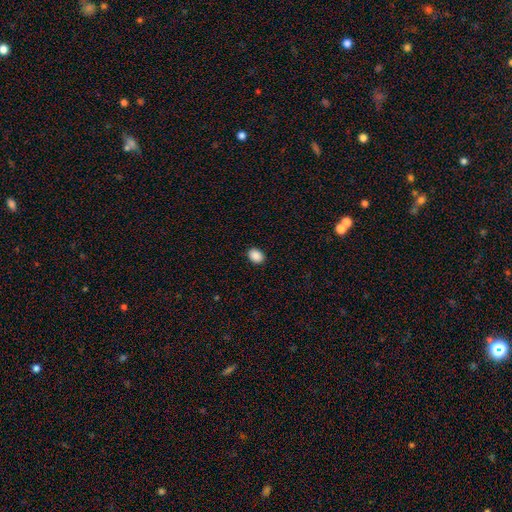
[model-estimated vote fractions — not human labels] Overall: smooth (89%). How rounded: in between (67%; round 32%). Merging: none (90%).